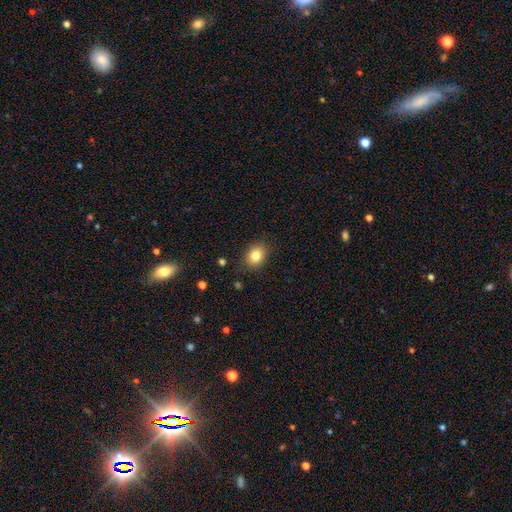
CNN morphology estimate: Smooth or featured: smooth — 83% (star or artifact — 10%)
How rounded: in between — 59% (round — 40%)
Merging: none — 85% (minor disturbance — 11%)